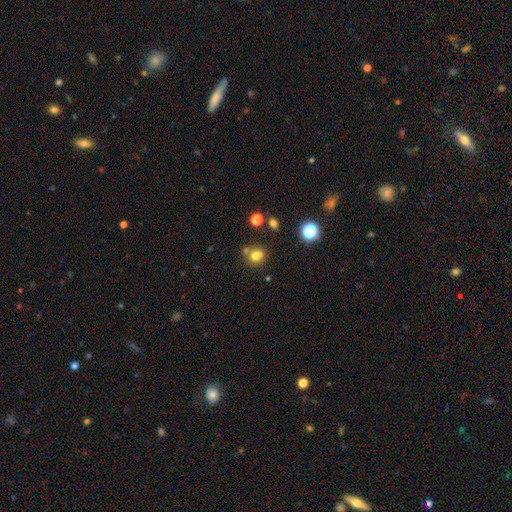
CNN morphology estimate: smooth 75%, star or artifact 15%, featured or disk 10%. Down the decision tree: how rounded — round (74%); merging — none (61%).